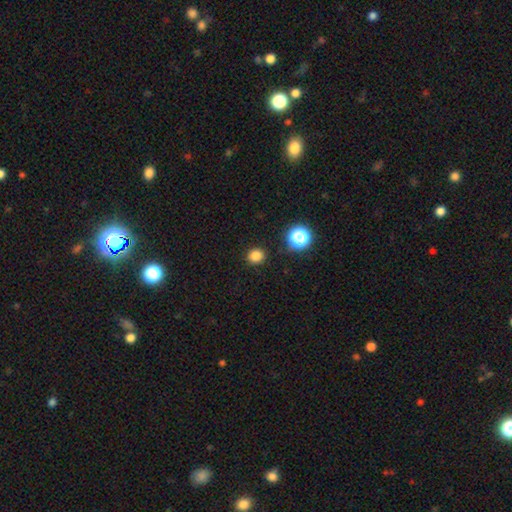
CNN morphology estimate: type=smooth (82%); roundness=round (86%); merging=none (91%).